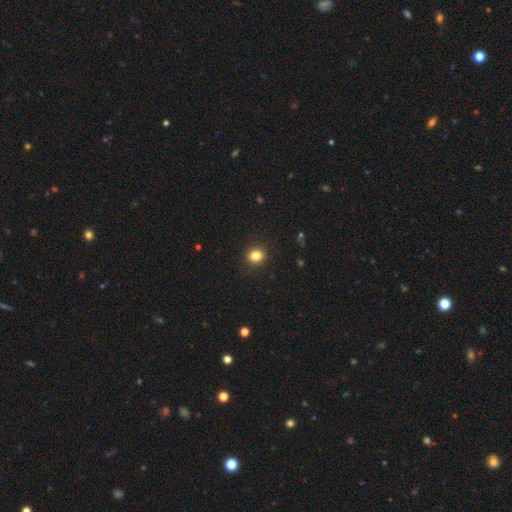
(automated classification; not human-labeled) Smooth or featured? smooth (83%)
How rounded? round (70%)
Merging? none (90%)